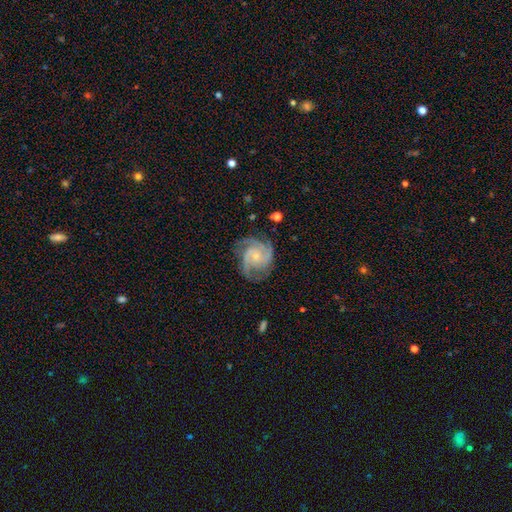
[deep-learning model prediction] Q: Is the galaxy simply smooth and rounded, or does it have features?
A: featured or disk — 90%.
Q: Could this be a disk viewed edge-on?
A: no — 98%.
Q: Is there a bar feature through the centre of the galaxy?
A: no — 70%.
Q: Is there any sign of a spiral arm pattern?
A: yes — 98%.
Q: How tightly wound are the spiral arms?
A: tight — 50%.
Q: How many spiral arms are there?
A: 3 — 52%.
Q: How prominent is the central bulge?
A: small — 72%.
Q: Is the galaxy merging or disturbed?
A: none — 75%.